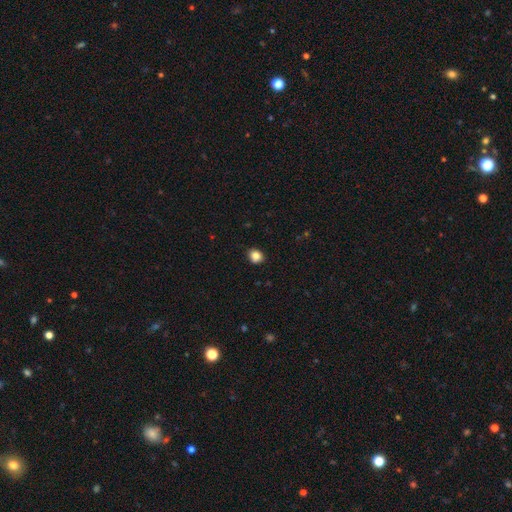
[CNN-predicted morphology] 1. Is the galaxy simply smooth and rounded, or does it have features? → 84% smooth, 11% star or artifact, 5% featured or disk.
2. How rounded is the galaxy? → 68% round, 32% in between, 1% cigar-shaped.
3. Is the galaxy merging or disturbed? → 89% none, 8% minor disturbance, 2% major disturbance, 1% merger.